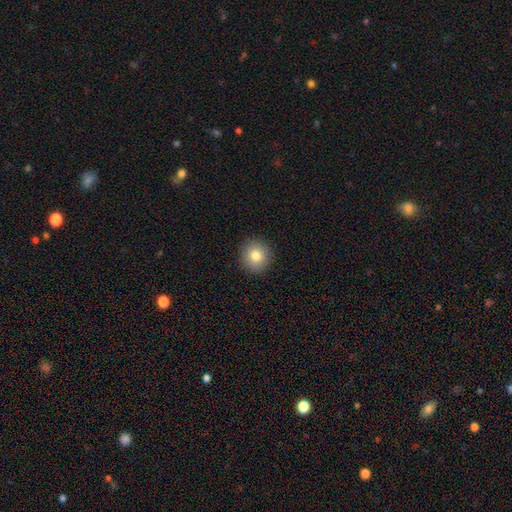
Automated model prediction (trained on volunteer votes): Smooth or featured: smooth — 81% (star or artifact — 10%)
How rounded: round — 92% (in between — 7%)
Merging: none — 92% (minor disturbance — 5%)